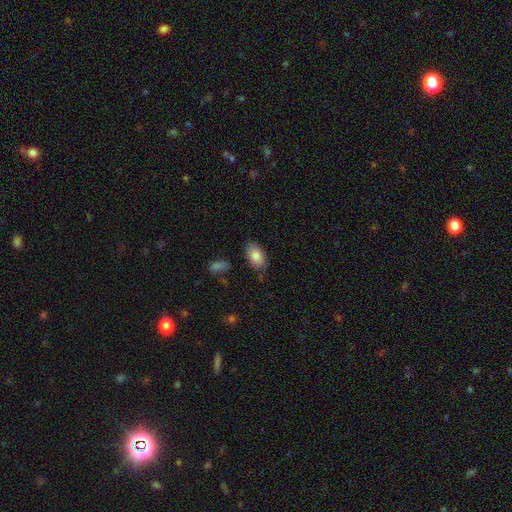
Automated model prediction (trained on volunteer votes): smooth_or_featured: smooth (p=0.83) [alt: featured or disk p=0.10]
how_rounded: in between (p=0.93) [alt: round p=0.05]
merging: none (p=0.80) [alt: minor disturbance p=0.15]